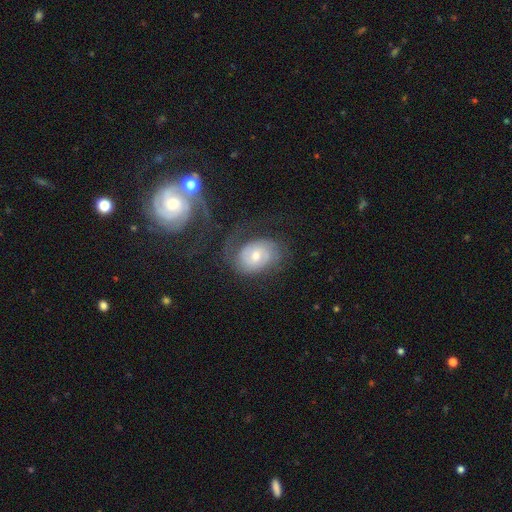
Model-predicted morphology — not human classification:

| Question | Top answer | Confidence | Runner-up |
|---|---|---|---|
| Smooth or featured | featured or disk | 68% | smooth (24%) |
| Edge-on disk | no | 96% | yes (4%) |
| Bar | no | 63% | weak (31%) |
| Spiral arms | yes | 88% | no (12%) |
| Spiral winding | tight | 49% | medium (33%) |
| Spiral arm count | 2 | 48% | can't tell (30%) |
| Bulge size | moderate | 56% | small (37%) |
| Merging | none | 53% | major disturbance (25%) |